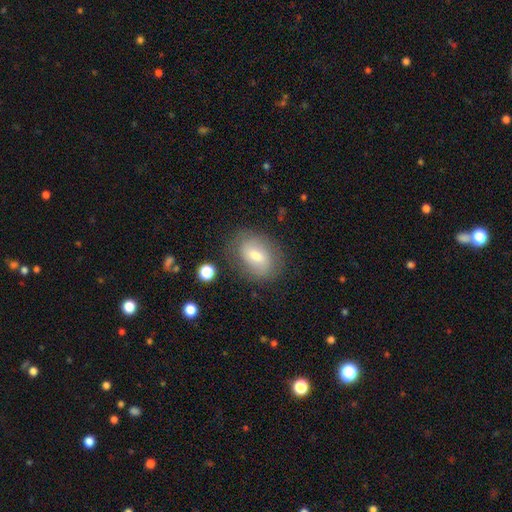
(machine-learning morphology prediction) Smooth or featured? Predicted: smooth (p=0.61). How rounded? Predicted: in between (p=0.77). Merging? Predicted: none (p=0.78).